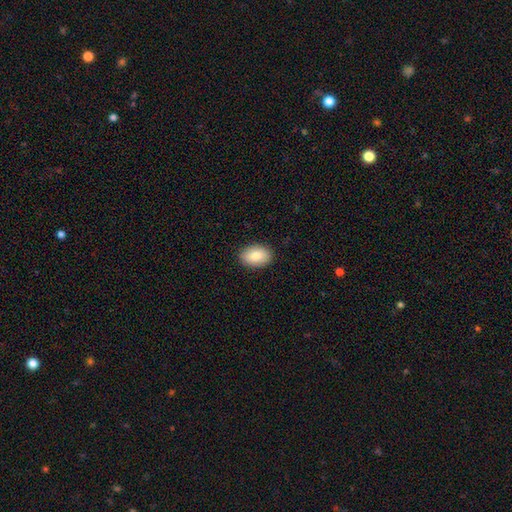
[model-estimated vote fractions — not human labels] Q: Smooth or featured?
A: smooth (84%); runner-up: featured or disk (10%)
Q: How rounded?
A: in between (87%); runner-up: round (11%)
Q: Merging?
A: none (89%); runner-up: minor disturbance (8%)